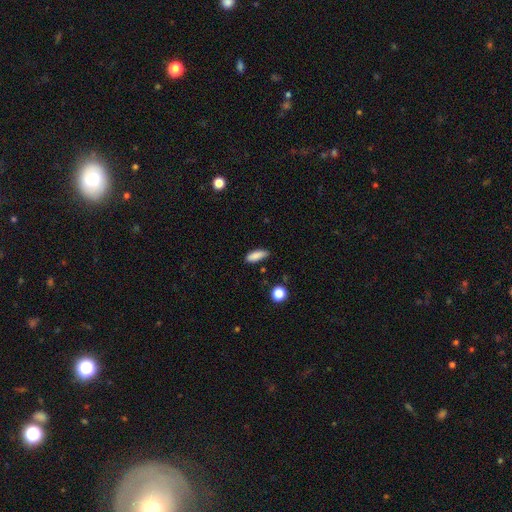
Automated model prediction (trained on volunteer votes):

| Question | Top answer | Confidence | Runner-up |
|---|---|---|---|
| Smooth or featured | smooth | 86% | star or artifact (8%) |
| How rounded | in between | 65% | cigar-shaped (33%) |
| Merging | none | 76% | minor disturbance (18%) |